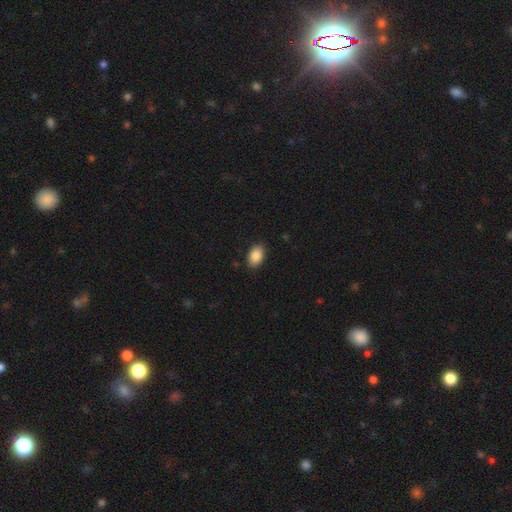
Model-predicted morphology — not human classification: This is clearly a smooth galaxy (89%). How rounded: clearly in between (89%). Merging: clearly none (87%).